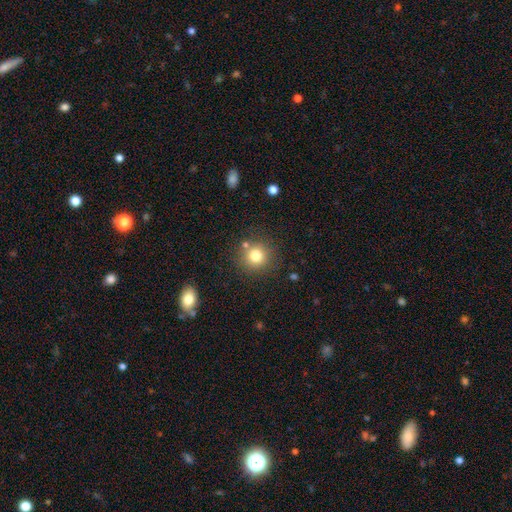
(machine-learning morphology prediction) This appears to be a smooth galaxy with no disk features (79%) that is round (93%). Merging: none (81%).